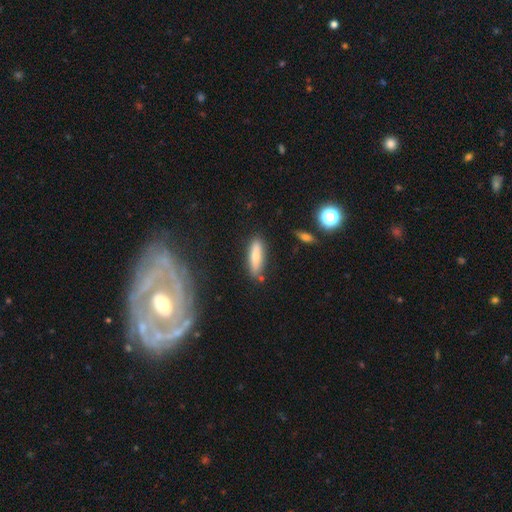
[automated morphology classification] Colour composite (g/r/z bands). It shows a smooth galaxy with no disk features (72%) that is cigar-shaped (63%). Merging: none (82%).